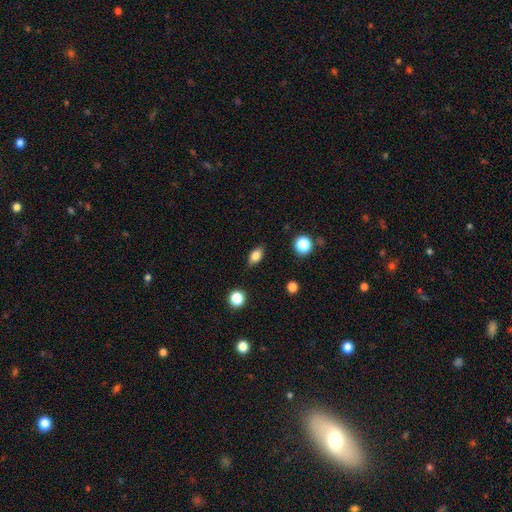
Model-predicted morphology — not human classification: Overall: smooth (79%). How rounded: in between (80%). Merging: none (83%).